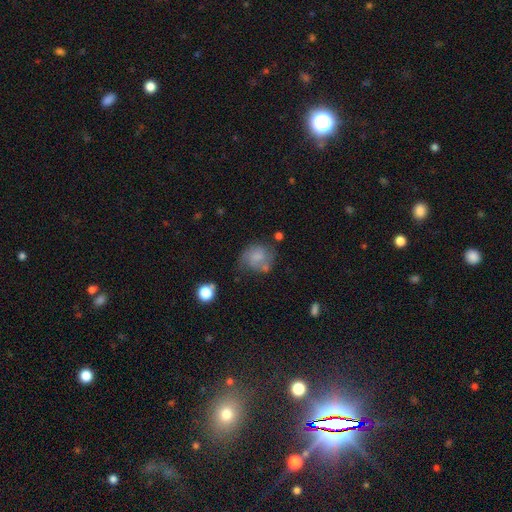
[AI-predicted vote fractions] smooth-or-featured: smooth: 50% | featured or disk: 37% | star or artifact: 13%
  merging: none: 53% | minor disturbance: 26% | major disturbance: 13% | merger: 9%